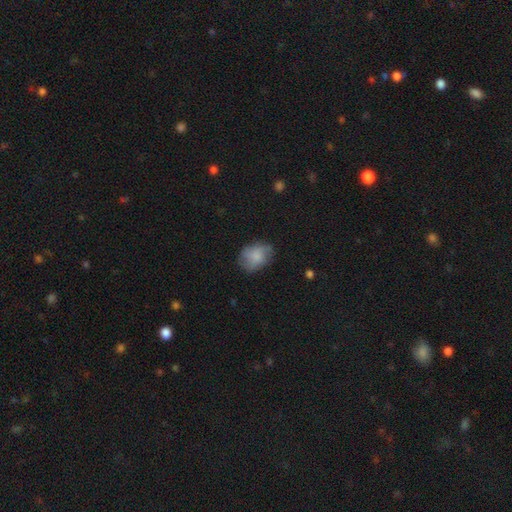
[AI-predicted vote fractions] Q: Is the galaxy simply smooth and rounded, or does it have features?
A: smooth — 70%.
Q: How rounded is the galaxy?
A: in between — 66%.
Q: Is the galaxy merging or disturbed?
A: none — 66%.